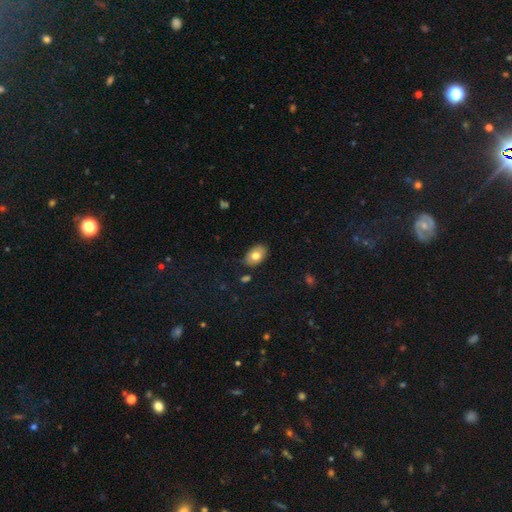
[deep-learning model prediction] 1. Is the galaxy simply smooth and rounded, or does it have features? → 76% smooth, 17% featured or disk, 7% star or artifact.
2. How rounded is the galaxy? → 88% in between, 11% round, 1% cigar-shaped.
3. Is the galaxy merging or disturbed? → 82% none, 14% minor disturbance, 3% major disturbance, 2% merger.